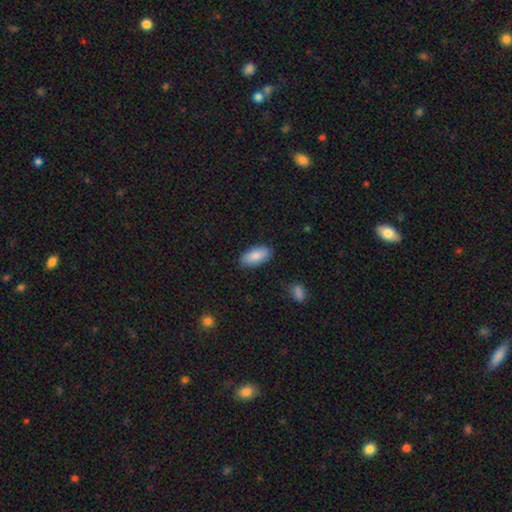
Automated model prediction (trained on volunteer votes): Smooth or featured: smooth — 86% (featured or disk — 8%)
How rounded: in between — 91% (cigar-shaped — 7%)
Merging: none — 84% (minor disturbance — 12%)